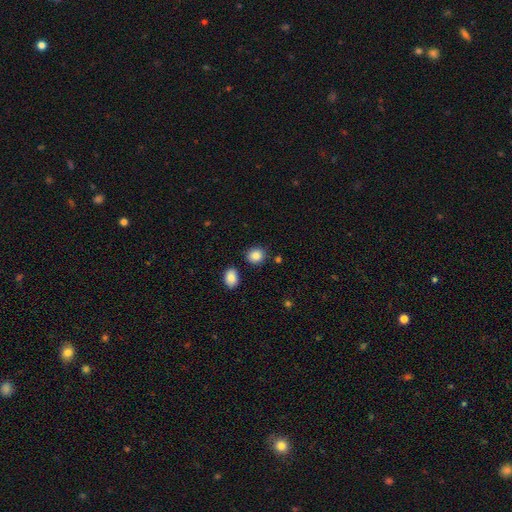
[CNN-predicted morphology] smooth 87%, star or artifact 9%, featured or disk 4%. Down the decision tree: how rounded — round (74%); merging — none (83%).